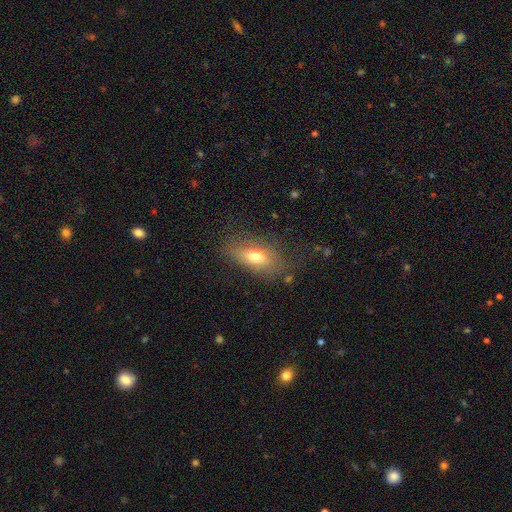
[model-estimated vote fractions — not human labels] Morphology: type=smooth (67%); roundness=in between (82%); merging=none (69%).